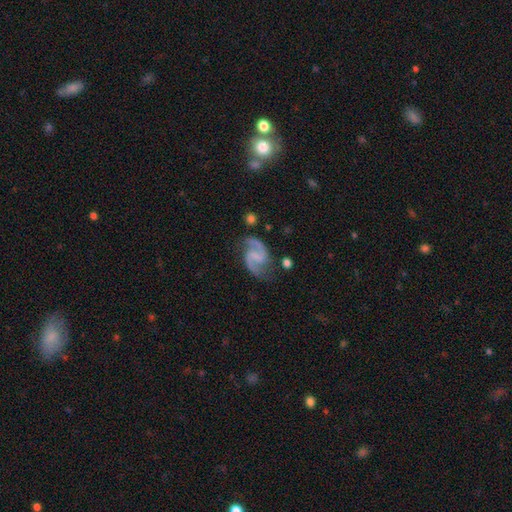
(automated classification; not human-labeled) Smooth or featured? featured or disk (90%)
Edge-on disk? no (98%)
Bar? weak (49%)
Spiral arms? yes (98%)
Spiral winding? medium (54%)
Spiral arm count? 2 (94%)
Bulge size? none (53%)
Merging? none (76%)